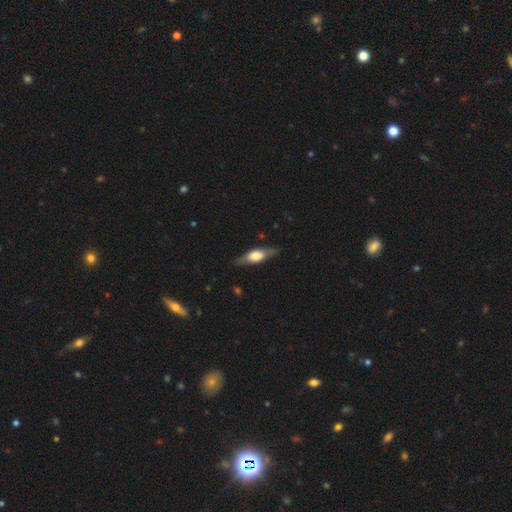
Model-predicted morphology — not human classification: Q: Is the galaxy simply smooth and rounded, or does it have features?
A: featured or disk — 57%.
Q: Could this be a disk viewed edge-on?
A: yes — 90%.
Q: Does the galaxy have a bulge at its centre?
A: rounded — 82%.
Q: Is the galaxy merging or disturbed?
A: none — 82%.